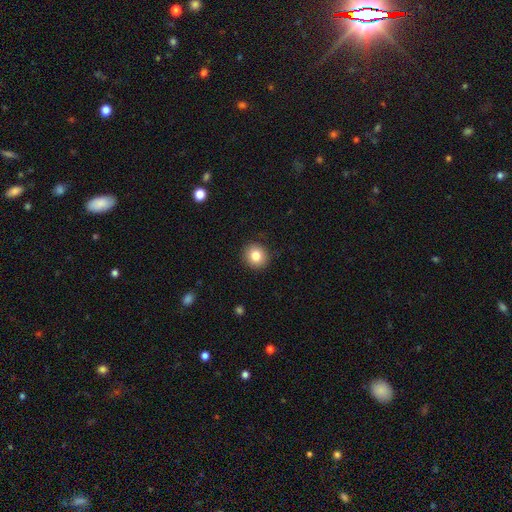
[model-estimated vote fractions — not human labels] smooth 82%, star or artifact 10%, featured or disk 8%. Down the decision tree: how rounded — round (89%); merging — none (91%).